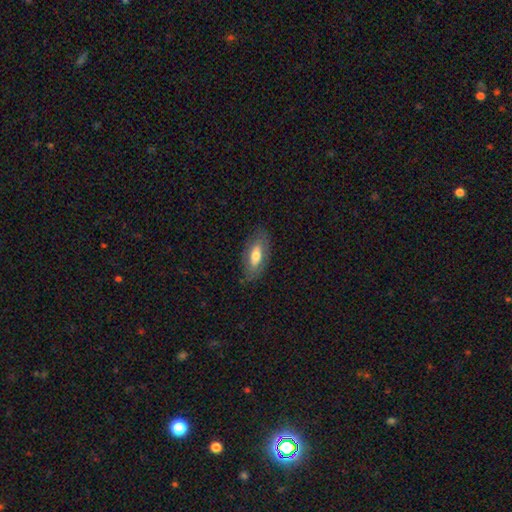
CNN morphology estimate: Smooth or featured? Predicted: smooth (p=0.62). How rounded? Predicted: in between (p=0.84). Merging? Predicted: none (p=0.79).